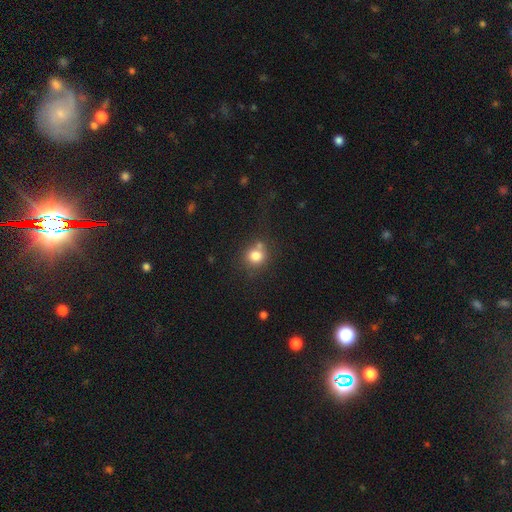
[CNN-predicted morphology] Smooth or featured: smooth — 79% (star or artifact — 12%)
How rounded: round — 84% (in between — 15%)
Merging: none — 57% (merger — 23%)